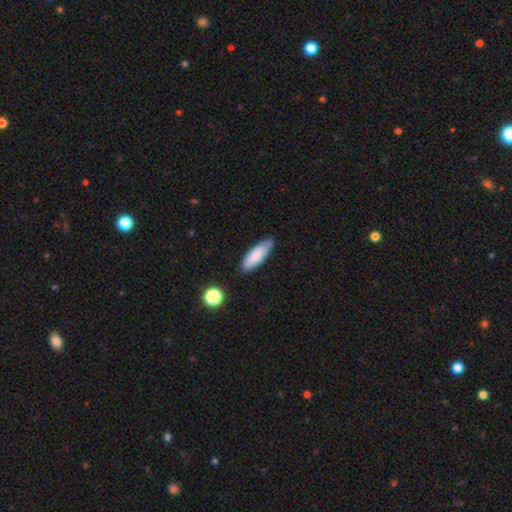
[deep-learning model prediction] Smooth or featured? Predicted: smooth (p=0.80). How rounded? Predicted: in between (p=0.58). Merging? Predicted: none (p=0.77).